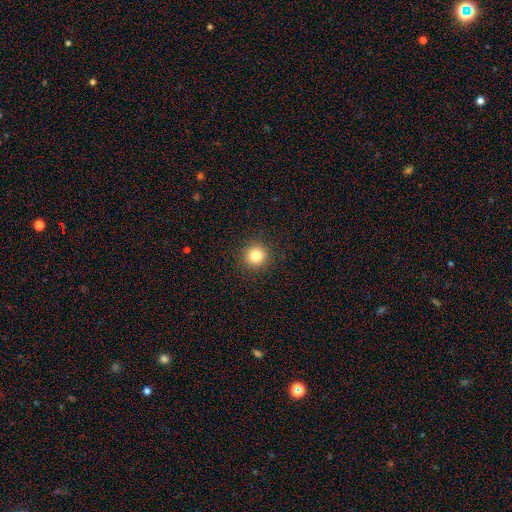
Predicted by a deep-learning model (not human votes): Morphology: type=smooth (82%); roundness=round (95%); merging=none (92%).